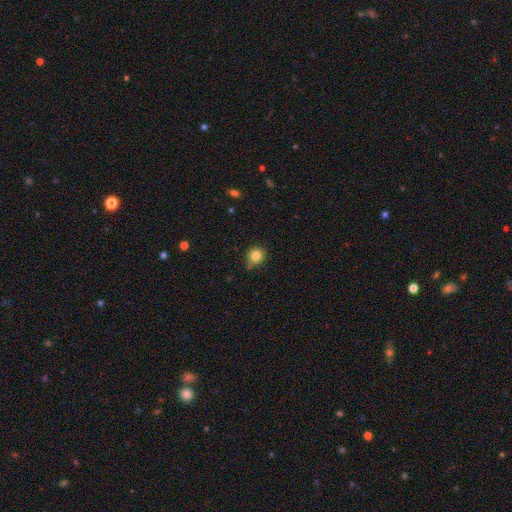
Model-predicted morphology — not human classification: type=smooth (81%); roundness=round (89%); merging=none (69%).